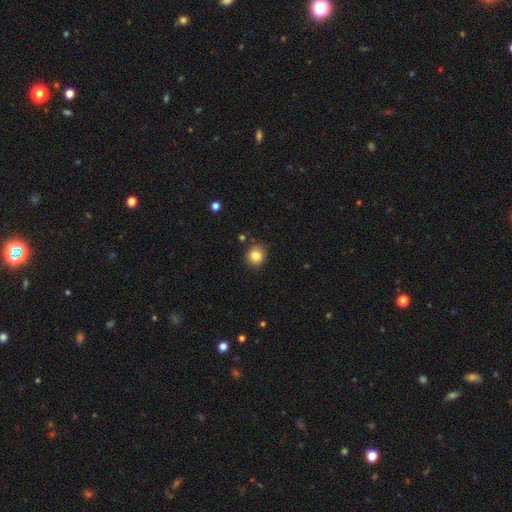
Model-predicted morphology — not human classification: A smooth galaxy with no disk features (84%) that is round (87%). Merging: none (84%).